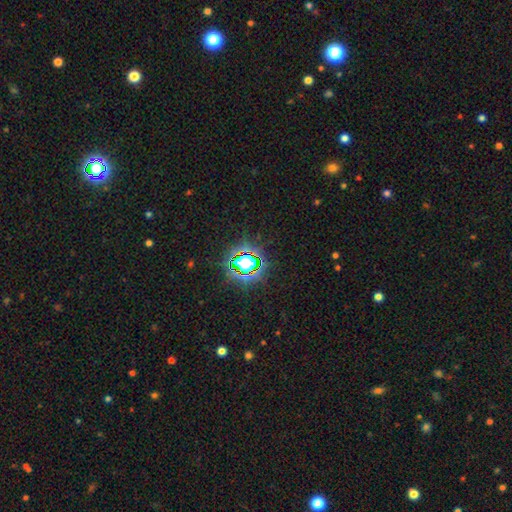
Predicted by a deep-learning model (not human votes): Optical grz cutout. It shows a star or artifact, not a galaxy (80%).